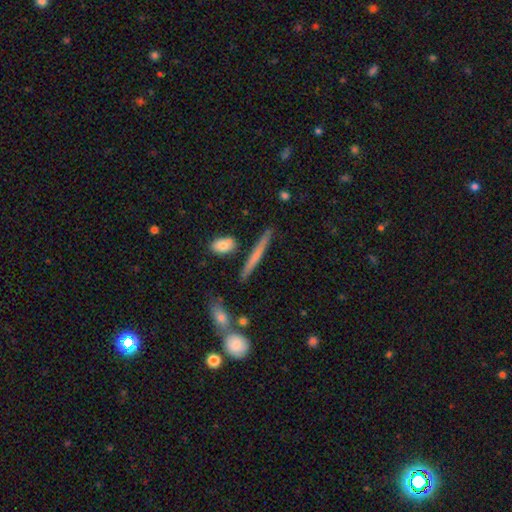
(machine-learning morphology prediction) Smooth or featured: smooth — 50% (featured or disk — 43%)
Merging: none — 84% (minor disturbance — 10%)